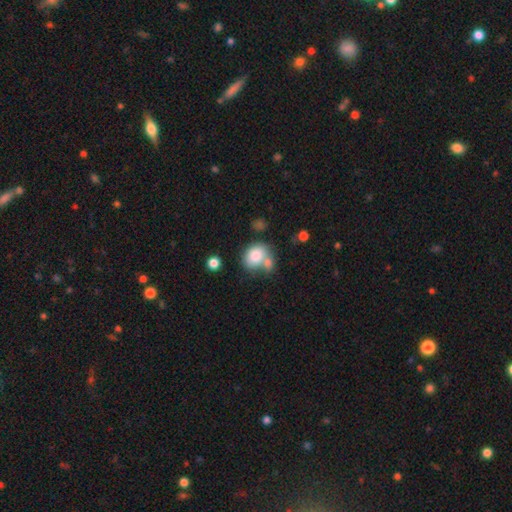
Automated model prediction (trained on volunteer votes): Smooth or featured? Predicted: smooth (p=0.81). How rounded? Predicted: in between (p=0.57). Merging? Predicted: none (p=0.42).